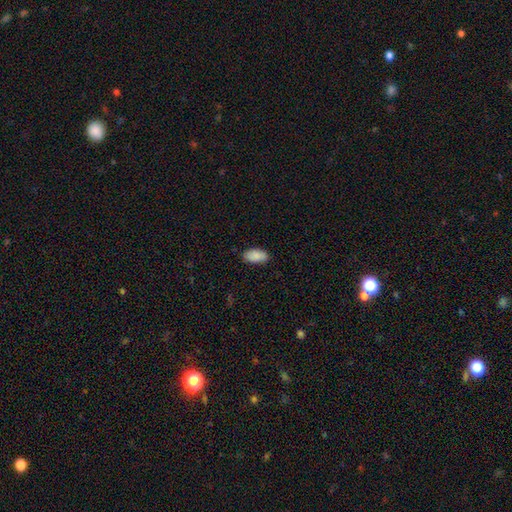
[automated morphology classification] A smooth galaxy with no disk features (89%) that is in between round and cigar-shaped (94%).

Vote fractions:
- Smooth or featured? smooth: 89% / star or artifact: 6% / featured or disk: 5%
- How rounded? in between: 94% / cigar-shaped: 3% / round: 3%
- Merging? none: 86% / minor disturbance: 11% / major disturbance: 2% / merger: 1%